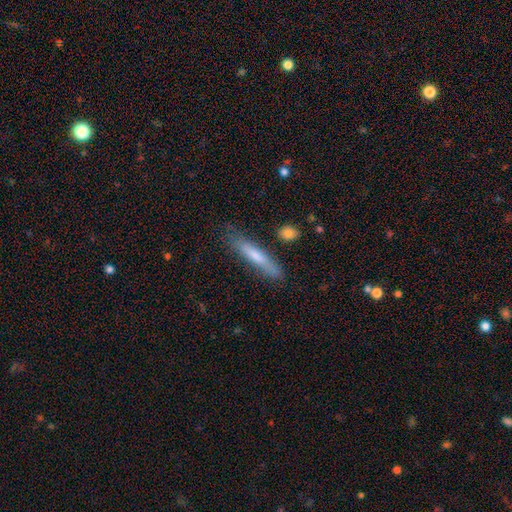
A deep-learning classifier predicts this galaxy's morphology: Smooth or featured: smooth — 64% (featured or disk — 29%)
How rounded: cigar-shaped — 91% (in between — 8%)
Merging: none — 79% (minor disturbance — 15%)